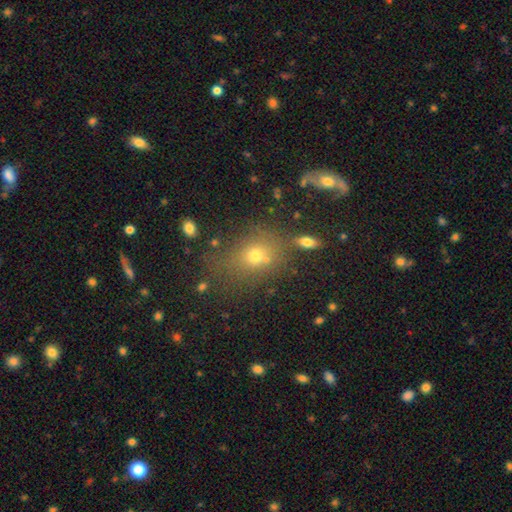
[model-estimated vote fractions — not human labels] Smooth or featured?
  - smooth: 67% *
  - star or artifact: 19%
  - featured or disk: 14%
How rounded?
  - round: 53% *
  - in between: 45%
  - cigar-shaped: 2%
Merging?
  - none: 63% *
  - minor disturbance: 16%
  - merger: 13%
  - major disturbance: 8%